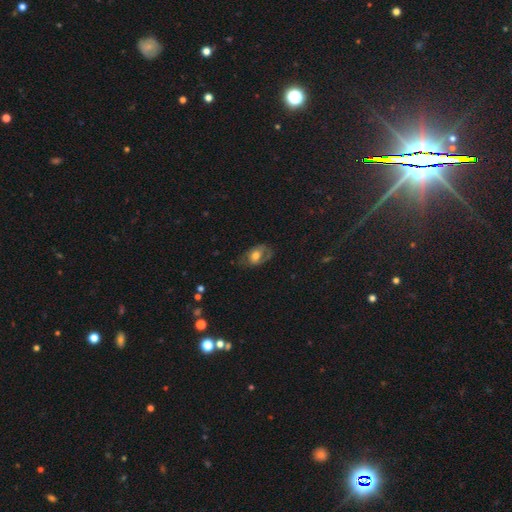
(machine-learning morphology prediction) Q: Smooth or featured?
A: smooth (50%); runner-up: featured or disk (42%)
Q: Merging?
A: none (53%); runner-up: minor disturbance (27%)